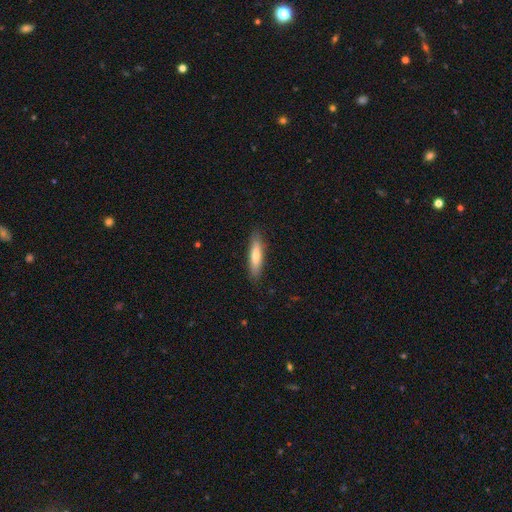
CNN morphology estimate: Smooth or featured? smooth (68%)
How rounded? cigar-shaped (78%)
Merging? none (87%)